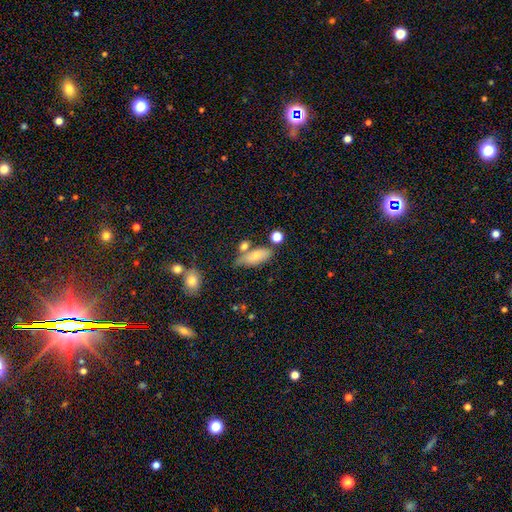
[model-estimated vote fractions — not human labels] smooth 70%, featured or disk 22%, star or artifact 8%. Down the decision tree: how rounded — in between (76%); merging — none (56%).